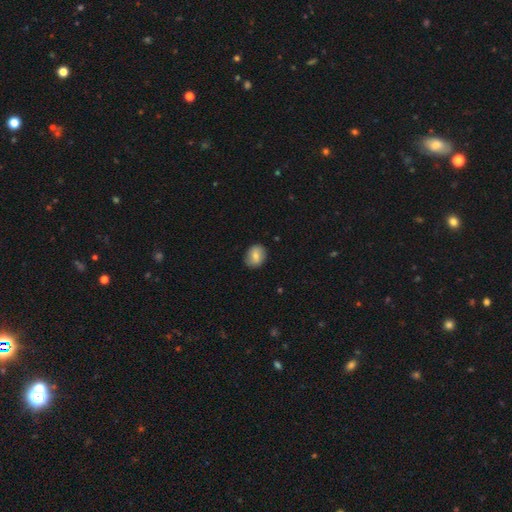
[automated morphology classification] smooth-or-featured: smooth: 73% | featured or disk: 19% | star or artifact: 8%
  how-rounded: round: 55% | in between: 44% | cigar-shaped: 1%
  merging: none: 84% | minor disturbance: 12% | major disturbance: 3% | merger: 1%